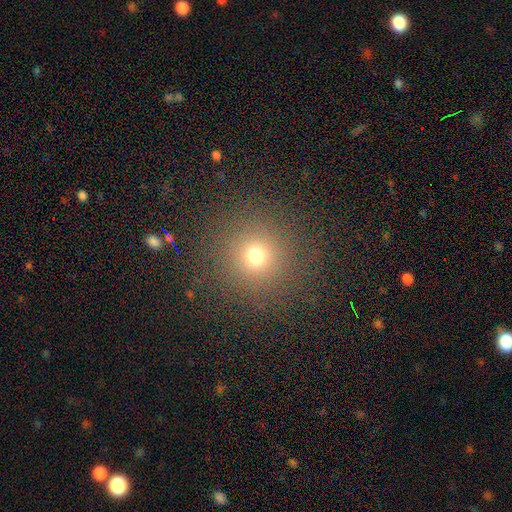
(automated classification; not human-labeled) smooth-or-featured: smooth: 70% | star or artifact: 21% | featured or disk: 8%
  how-rounded: round: 93% | in between: 6% | cigar-shaped: 1%
  merging: none: 86% | minor disturbance: 7% | major disturbance: 5% | merger: 2%